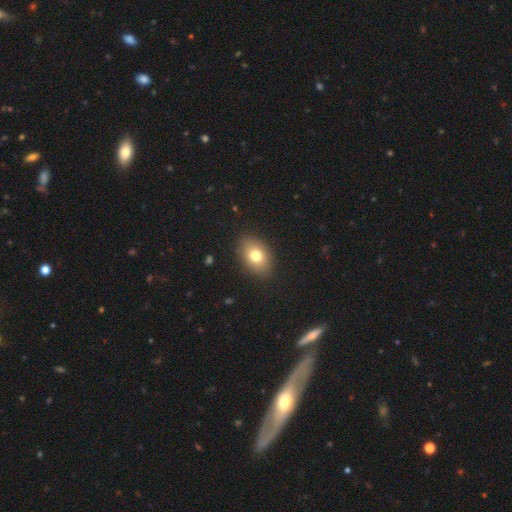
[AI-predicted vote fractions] smooth_or_featured: smooth (p=0.77) [alt: featured or disk p=0.14]
how_rounded: in between (p=0.79) [alt: round p=0.20]
merging: none (p=0.88) [alt: minor disturbance p=0.08]